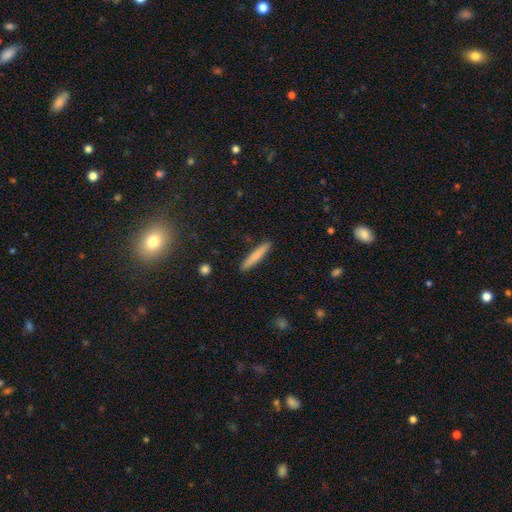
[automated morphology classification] Smooth or featured? smooth (78%)
How rounded? cigar-shaped (94%)
Merging? none (90%)